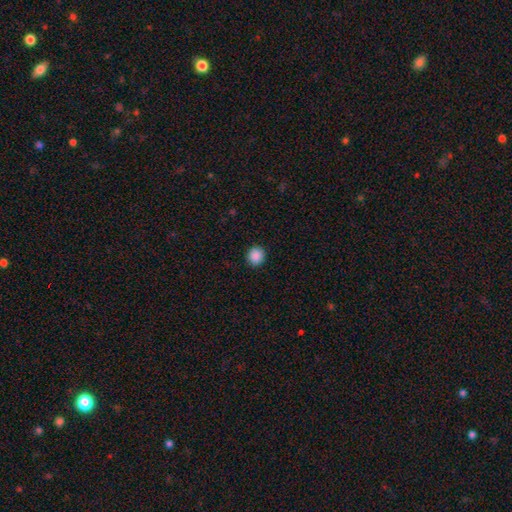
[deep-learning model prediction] Overall: smooth (88%). How rounded: round (90%). Merging: none (92%).